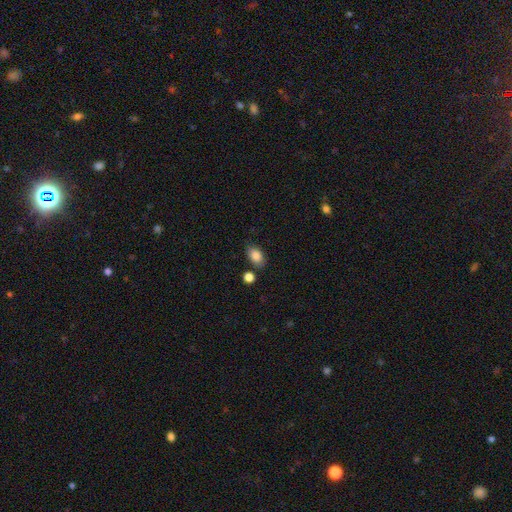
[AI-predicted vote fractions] Smooth or featured: smooth — 86% (star or artifact — 8%)
How rounded: in between — 88% (round — 11%)
Merging: none — 78% (minor disturbance — 12%)